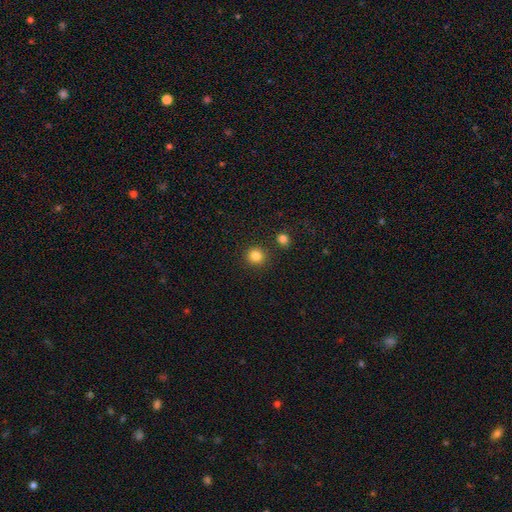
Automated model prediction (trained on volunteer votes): This is clearly a smooth galaxy (84%). How rounded: clearly round (91%). Merging: clearly none (87%).